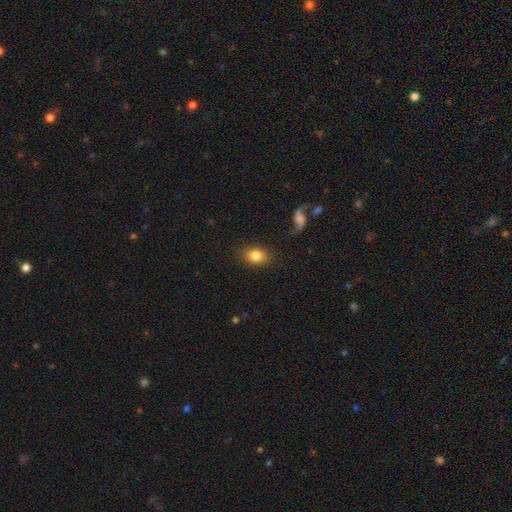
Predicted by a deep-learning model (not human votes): smooth-or-featured: smooth: 80% | featured or disk: 11% | star or artifact: 9%
  how-rounded: in between: 65% | round: 33% | cigar-shaped: 2%
  merging: none: 83% | minor disturbance: 11% | major disturbance: 4% | merger: 2%